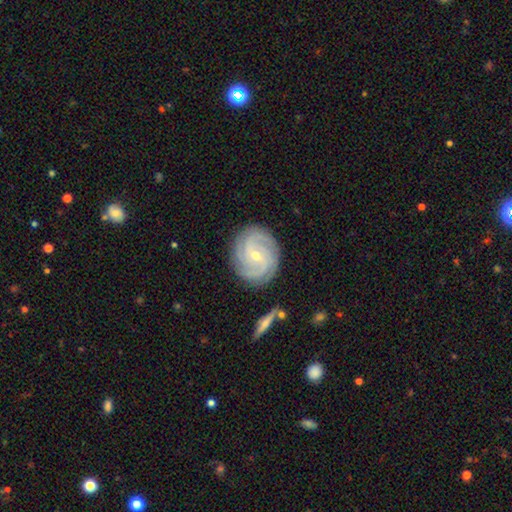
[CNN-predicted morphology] Smooth or featured: featured or disk — 89% (smooth — 6%)
Edge-on disk: no — 98% (yes — 2%)
Bar: no — 48% (weak — 40%)
Spiral arms: yes — 98% (no — 2%)
Spiral winding: tight — 69% (medium — 27%)
Spiral arm count: 3 — 35% (4 — 26%)
Bulge size: small — 60% (moderate — 37%)
Merging: none — 85% (minor disturbance — 11%)